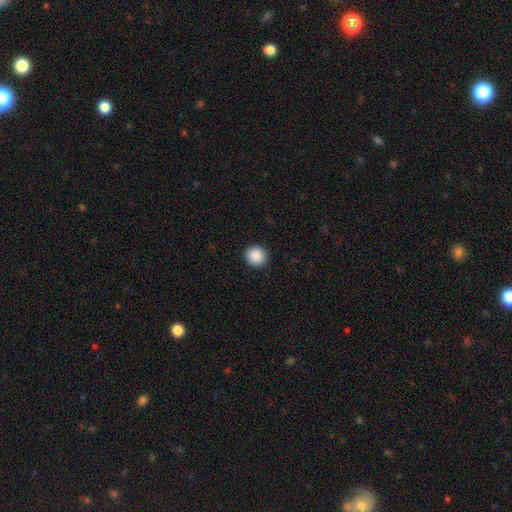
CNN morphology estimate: A smooth galaxy with no disk features (89%) that is round (94%). Merging: none (92%).